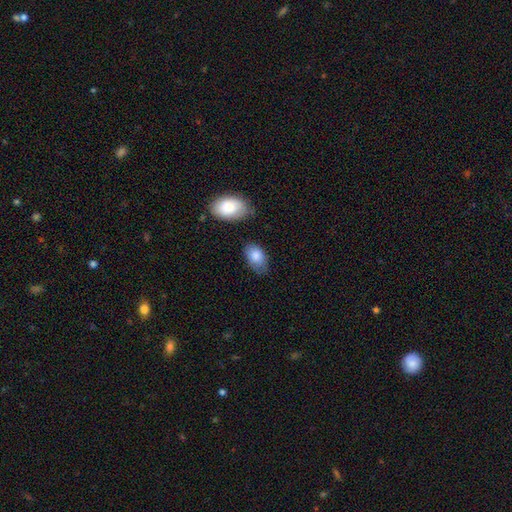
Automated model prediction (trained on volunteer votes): This appears to be a smooth galaxy with no disk features (84%) that is in between round and cigar-shaped (91%). Merging: none (64%).